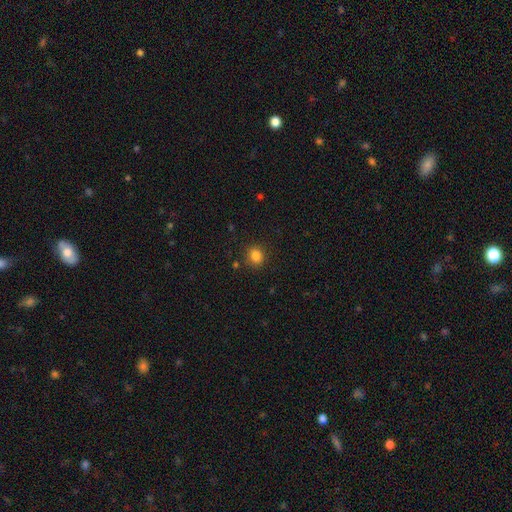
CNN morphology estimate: Smooth or featured?
  - smooth: 83% *
  - star or artifact: 12%
  - featured or disk: 4%
How rounded?
  - round: 73% *
  - in between: 26%
  - cigar-shaped: 1%
Merging?
  - none: 85% *
  - minor disturbance: 9%
  - major disturbance: 3%
  - merger: 3%